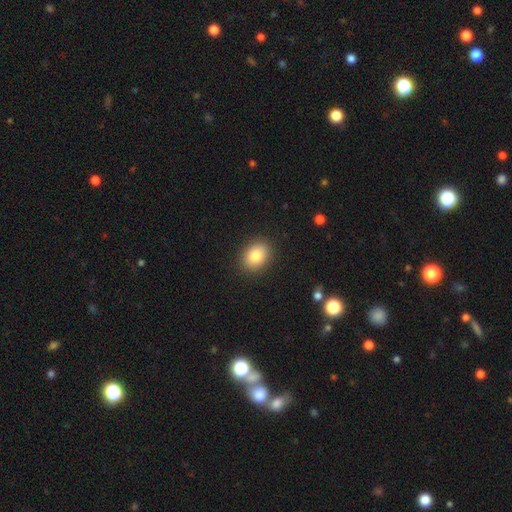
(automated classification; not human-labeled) A smooth galaxy with no disk features (83%) that is in between round and cigar-shaped (59%).

Vote fractions:
- Smooth or featured? smooth: 83% / star or artifact: 9% / featured or disk: 9%
- How rounded? in between: 59% / round: 40% / cigar-shaped: 1%
- Merging? none: 89% / minor disturbance: 7% / major disturbance: 2% / merger: 1%